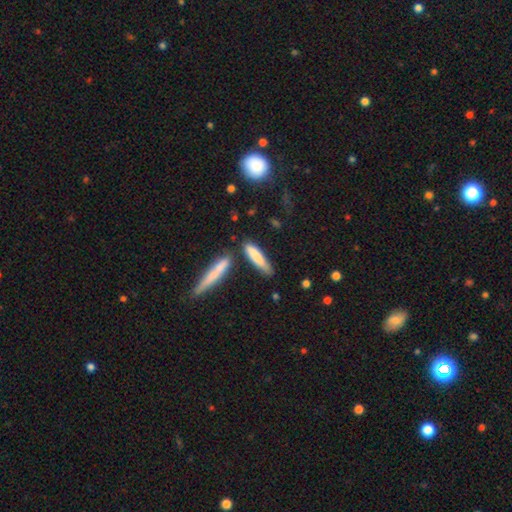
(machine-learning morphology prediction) This is likely a smooth galaxy (78%). How rounded: likely cigar-shaped (80%). Merging: likely none (64%).